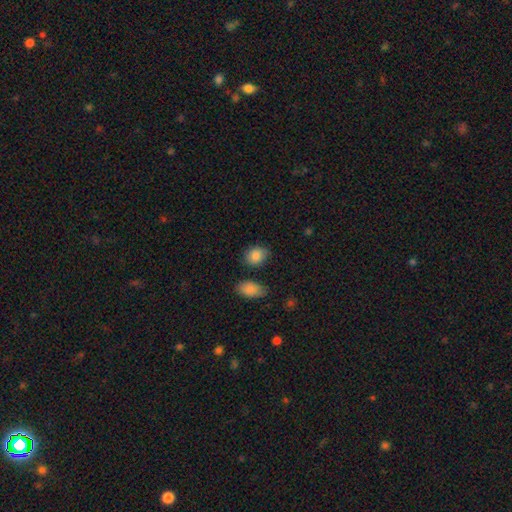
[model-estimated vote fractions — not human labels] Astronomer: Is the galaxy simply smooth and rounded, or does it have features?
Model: smooth — 87%.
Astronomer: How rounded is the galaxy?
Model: in between — 52% (runner-up: round, 46%).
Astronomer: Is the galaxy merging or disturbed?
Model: none — 78%.